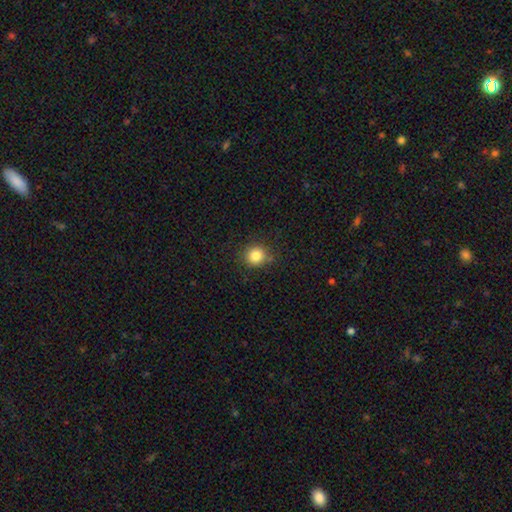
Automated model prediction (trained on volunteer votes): This appears to be a smooth galaxy with no disk features (83%) that is round (89%). Merging: none (85%).